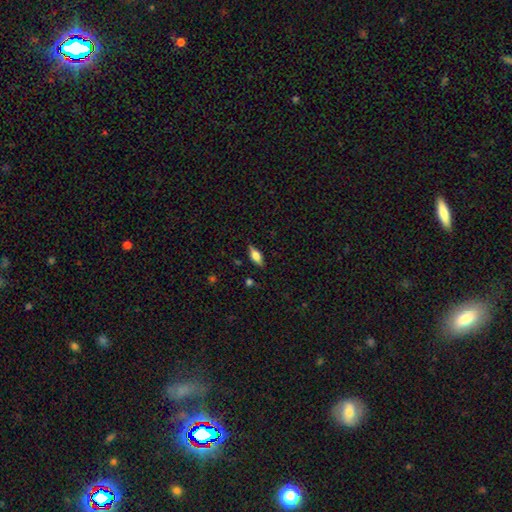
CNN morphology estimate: smooth-or-featured: smooth: 59% | featured or disk: 33% | star or artifact: 8%
  how-rounded: in between: 75% | cigar-shaped: 21% | round: 4%
  merging: none: 84% | minor disturbance: 12% | major disturbance: 3% | merger: 1%